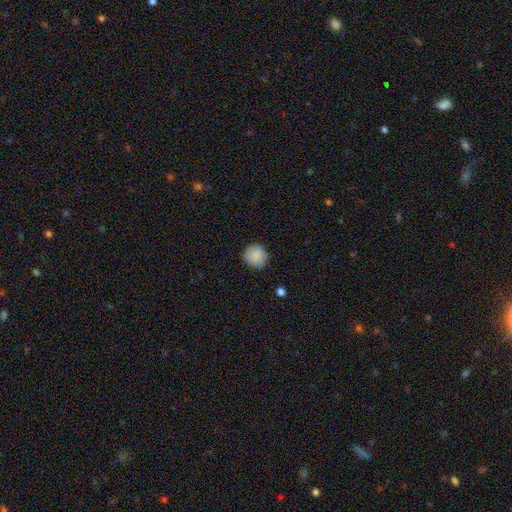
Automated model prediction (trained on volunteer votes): Smooth or featured? Predicted: smooth (p=0.88). How rounded? Predicted: round (p=0.91). Merging? Predicted: none (p=0.87).